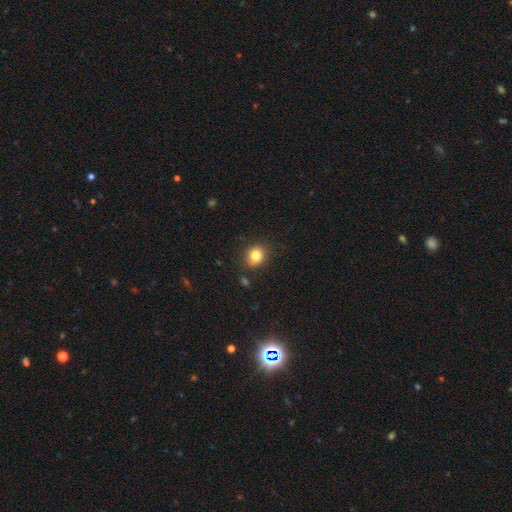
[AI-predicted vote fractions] smooth 81%, star or artifact 11%, featured or disk 7%. Down the decision tree: how rounded — round (71%); merging — none (84%).